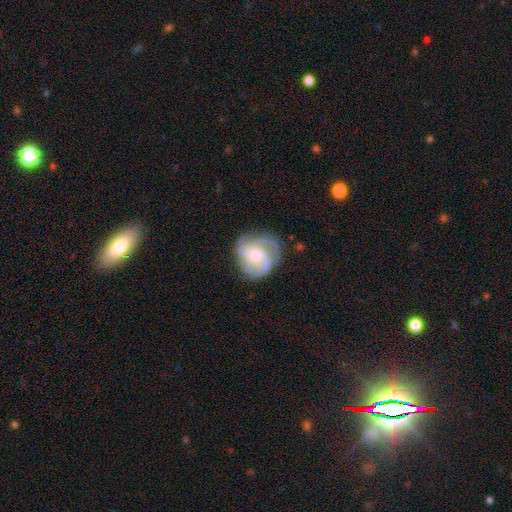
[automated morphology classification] featured or disk 81%, smooth 13%, star or artifact 5%. Down the decision tree: edge-on disk — no (98%); bar — no (67%); spiral arms — yes (96%); spiral arm count — 3 (45%); spiral winding — tight (46%); bulge size — moderate (42%); merging — none (70%).